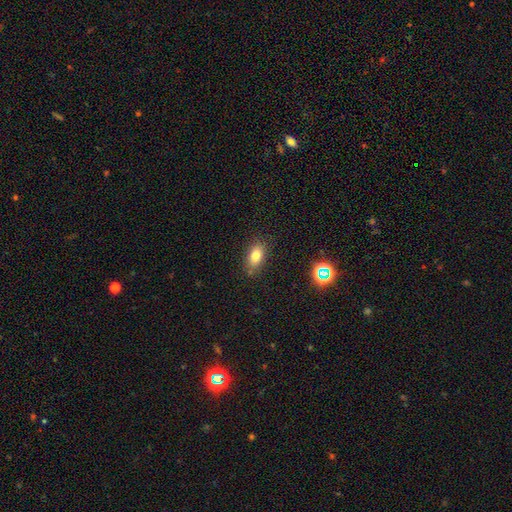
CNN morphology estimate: The model was most divided on "smooth or featured": smooth: 79%, star or artifact: 11%, featured or disk: 10%. More confident: how rounded — in between (84%); merging — none (81%).